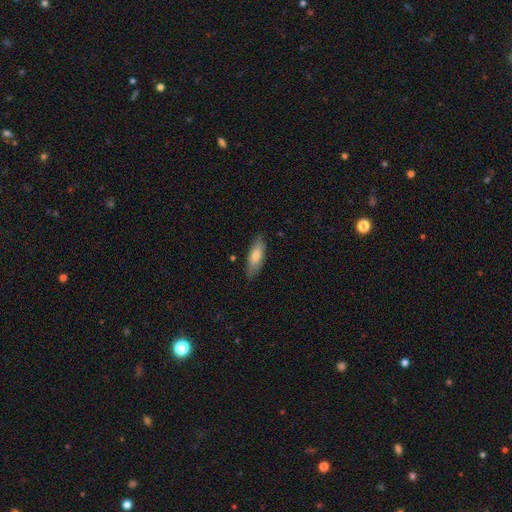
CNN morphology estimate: This is likely a smooth galaxy (73%). How rounded: likely in between (64%). Merging: clearly none (80%).